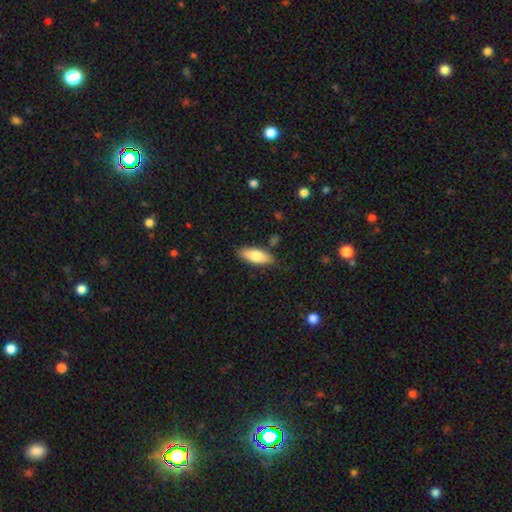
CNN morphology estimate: This appears to be a smooth galaxy with no disk features (79%) that is in between round and cigar-shaped (74%). Merging: none (84%).